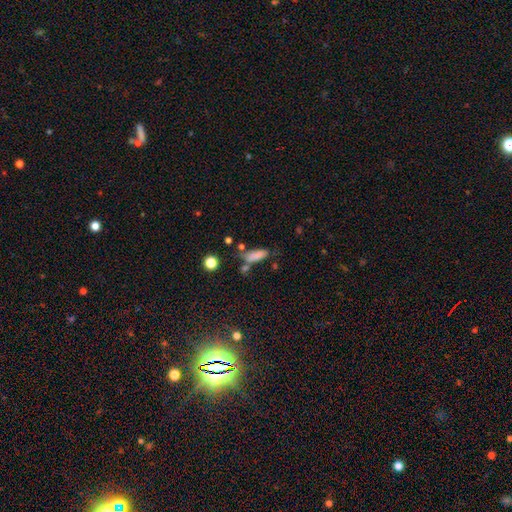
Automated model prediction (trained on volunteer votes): smooth-or-featured: smooth: 79% | star or artifact: 11% | featured or disk: 10%
  how-rounded: in between: 61% | cigar-shaped: 35% | round: 4%
  merging: none: 50% | minor disturbance: 22% | merger: 17% | major disturbance: 10%